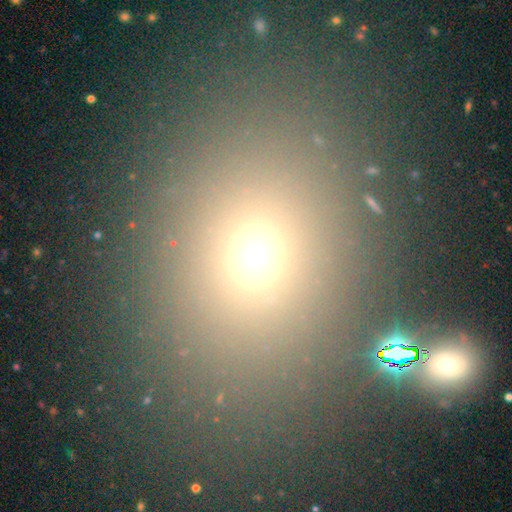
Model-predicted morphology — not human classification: This appears to be a smooth galaxy with no disk features (68%) that is round (51%). Merging: none (79%).